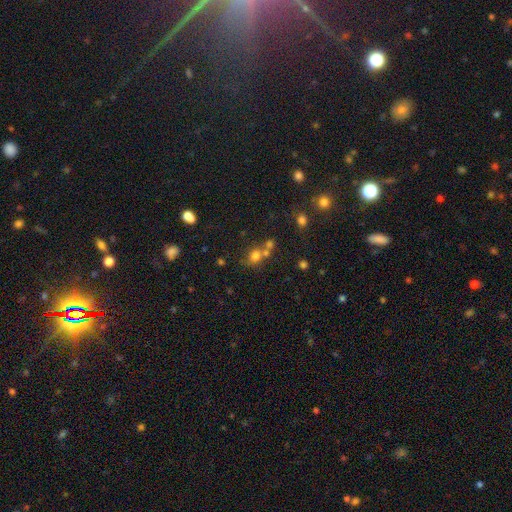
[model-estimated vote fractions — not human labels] This appears to be a smooth galaxy with no disk features (69%) that is round (72%). Merging: none (45%).